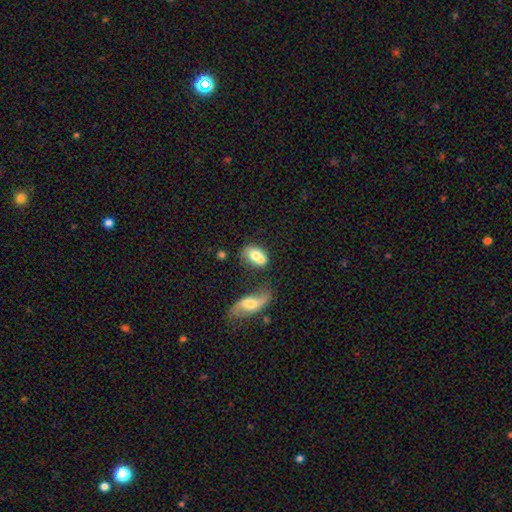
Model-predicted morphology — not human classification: The model was most divided on "merging": merger: 42%, none: 34%, minor disturbance: 16%, major disturbance: 8%. More confident: how rounded — in between (79%); smooth or featured — smooth (70%).